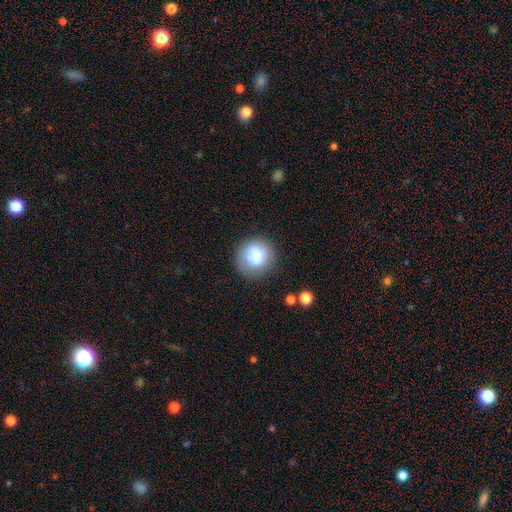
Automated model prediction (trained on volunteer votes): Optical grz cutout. It shows a smooth galaxy with no disk features (76%) that is round (87%). Merging: none (71%).